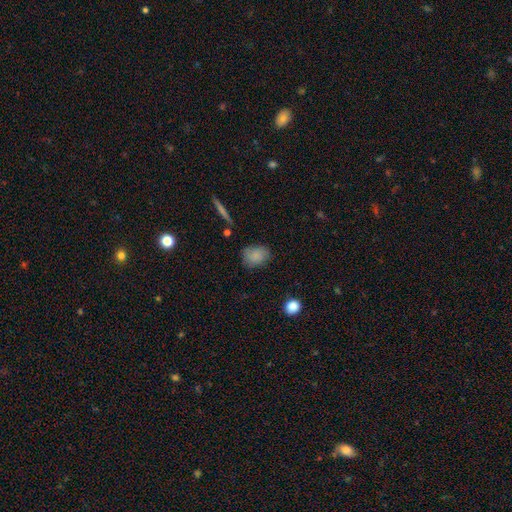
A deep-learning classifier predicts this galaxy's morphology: smooth-or-featured: smooth: 84% | star or artifact: 9% | featured or disk: 7%
  how-rounded: in between: 66% | round: 33% | cigar-shaped: 2%
  merging: none: 74% | minor disturbance: 20% | major disturbance: 5% | merger: 2%